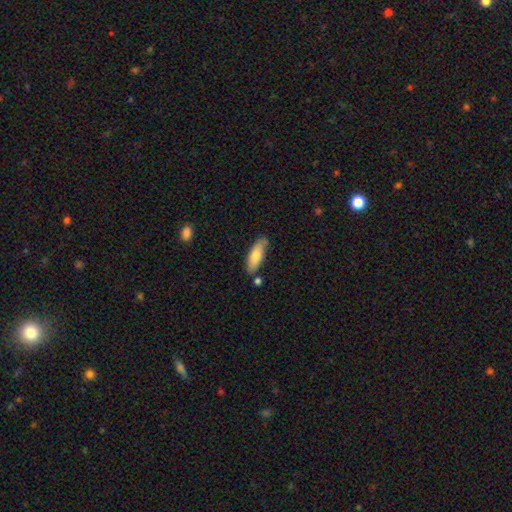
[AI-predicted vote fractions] Smooth or featured? Predicted: smooth (p=0.77). How rounded? Predicted: in between (p=0.64). Merging? Predicted: none (p=0.74).